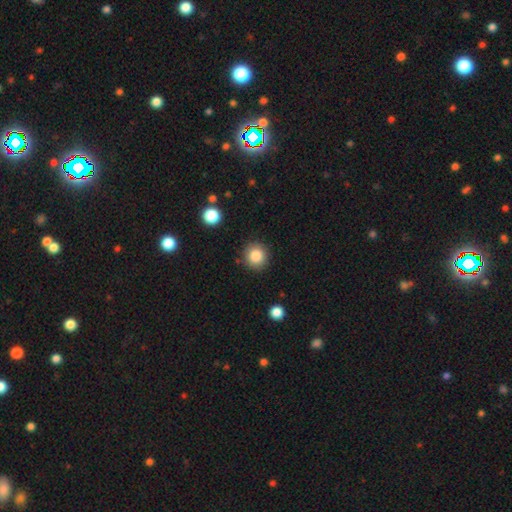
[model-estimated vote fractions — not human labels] Smooth or featured? Predicted: smooth (p=0.85). How rounded? Predicted: round (p=0.90). Merging? Predicted: none (p=0.89).